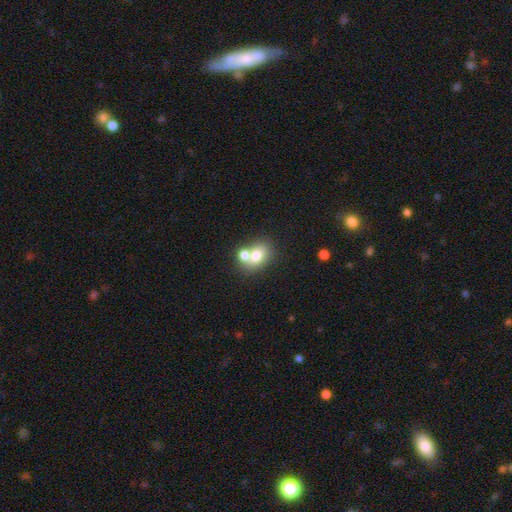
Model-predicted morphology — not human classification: Smooth or featured?
  - smooth: 72% *
  - featured or disk: 17%
  - star or artifact: 11%
How rounded?
  - in between: 56% *
  - round: 43%
  - cigar-shaped: 1%
Merging?
  - merger: 49% *
  - none: 39%
  - minor disturbance: 9%
  - major disturbance: 4%